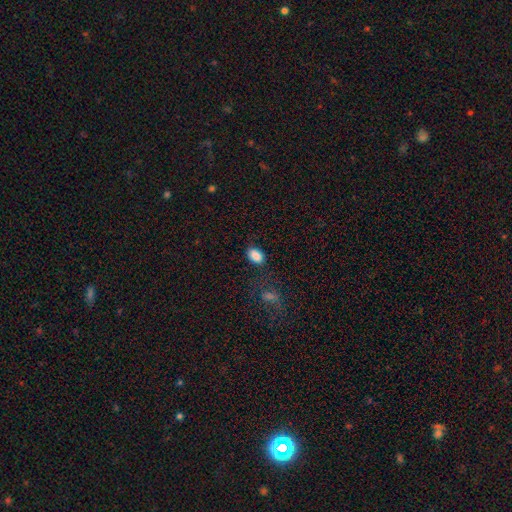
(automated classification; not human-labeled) Morphology: type=smooth (87%); roundness=in between (84%); merging=none (78%).